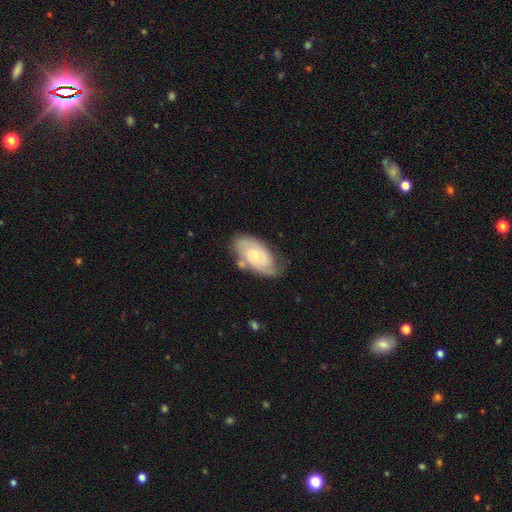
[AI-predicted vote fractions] Q: Smooth or featured?
A: featured or disk (73%); runner-up: smooth (21%)
Q: Edge-on disk?
A: no (95%); runner-up: yes (5%)
Q: Bar?
A: no (66%); runner-up: weak (30%)
Q: Spiral arms?
A: yes (92%); runner-up: no (8%)
Q: Spiral winding?
A: tight (56%); runner-up: medium (34%)
Q: Spiral arm count?
A: 2 (62%); runner-up: can't tell (22%)
Q: Bulge size?
A: small (63%); runner-up: moderate (30%)
Q: Merging?
A: none (62%); runner-up: minor disturbance (23%)